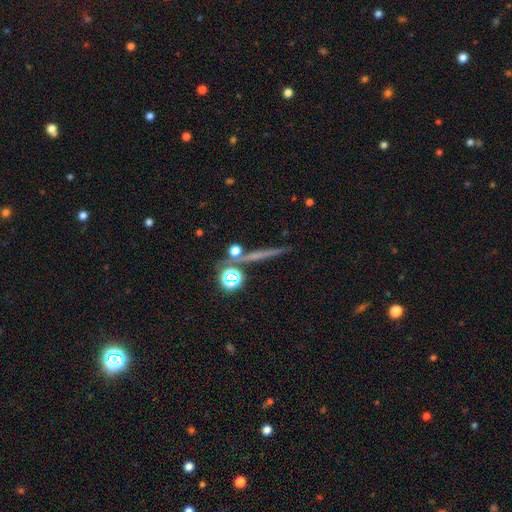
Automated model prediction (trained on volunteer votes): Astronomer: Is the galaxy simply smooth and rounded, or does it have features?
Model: featured or disk — 37% (runner-up: smooth, 36%).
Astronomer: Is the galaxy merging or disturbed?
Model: none — 79%.